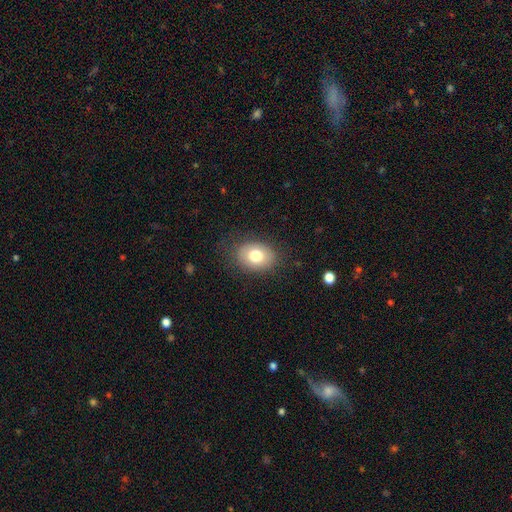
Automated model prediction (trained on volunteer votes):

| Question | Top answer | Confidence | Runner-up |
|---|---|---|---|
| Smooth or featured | smooth | 75% | featured or disk (16%) |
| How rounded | in between | 68% | round (31%) |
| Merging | none | 81% | minor disturbance (13%) |